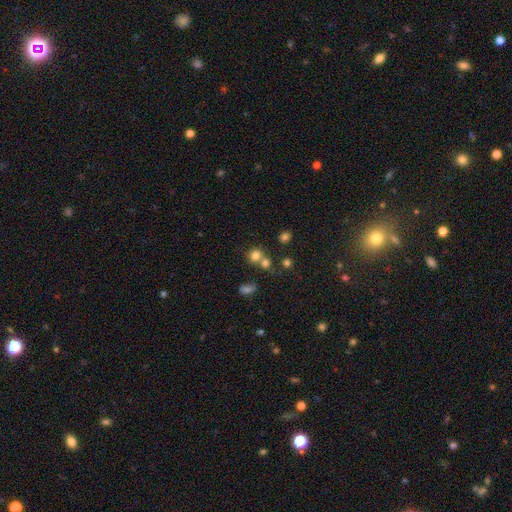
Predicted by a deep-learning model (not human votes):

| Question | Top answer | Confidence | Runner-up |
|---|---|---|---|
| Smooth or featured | smooth | 76% | star or artifact (15%) |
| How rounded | round | 82% | in between (17%) |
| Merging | none | 53% | merger (34%) |